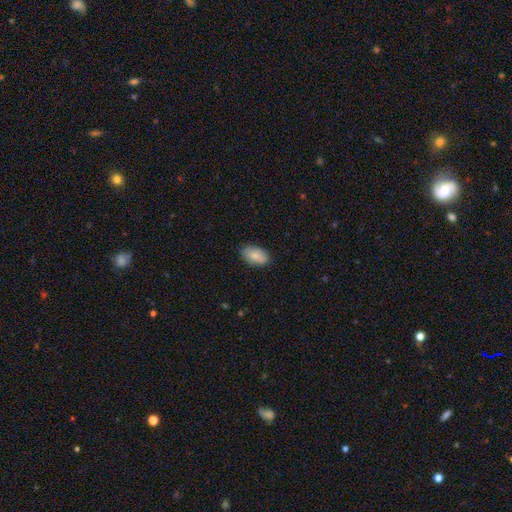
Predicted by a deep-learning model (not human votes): smooth_or_featured: smooth (p=0.84) [alt: featured or disk p=0.10]
how_rounded: in between (p=0.93) [alt: round p=0.06]
merging: none (p=0.85) [alt: minor disturbance p=0.12]